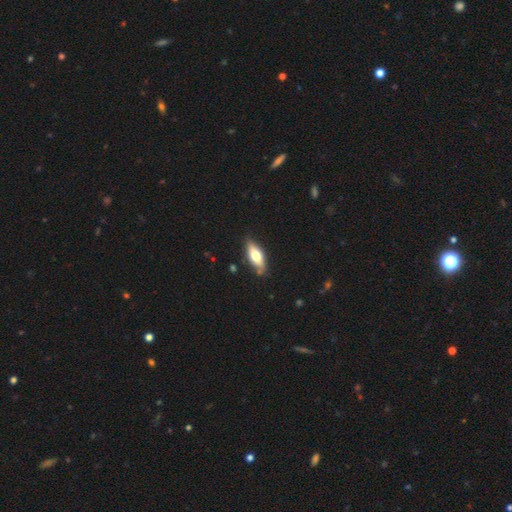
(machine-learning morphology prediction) The model was most divided on "smooth or featured": smooth: 61%, featured or disk: 33%, star or artifact: 6%. More confident: merging — none (80%); how rounded — in between (68%).